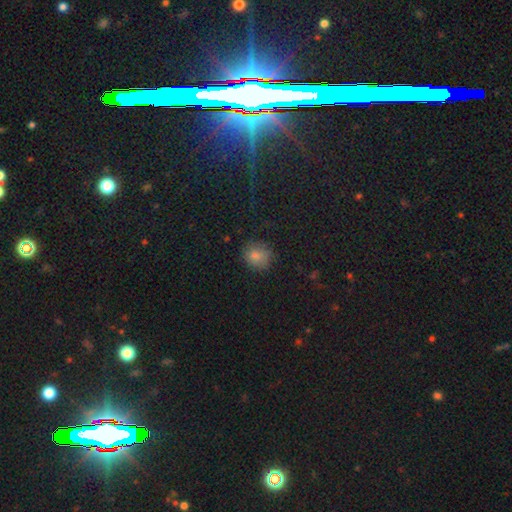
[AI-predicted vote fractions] Smooth or featured? Predicted: smooth (p=0.75). How rounded? Predicted: round (p=0.82). Merging? Predicted: none (p=0.83).